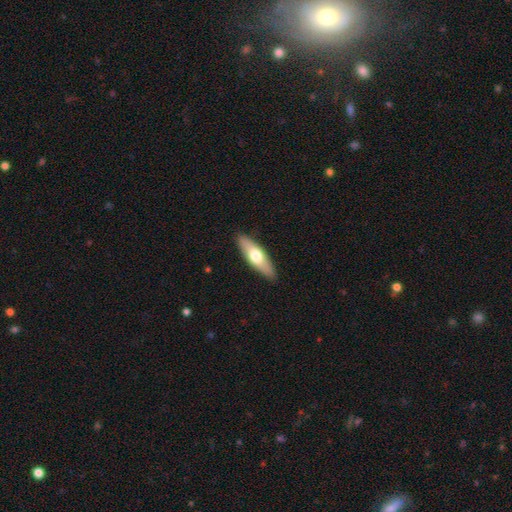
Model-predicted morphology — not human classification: Smooth or featured: smooth — 60% (featured or disk — 35%)
How rounded: cigar-shaped — 51% (in between — 47%)
Merging: none — 89% (minor disturbance — 8%)